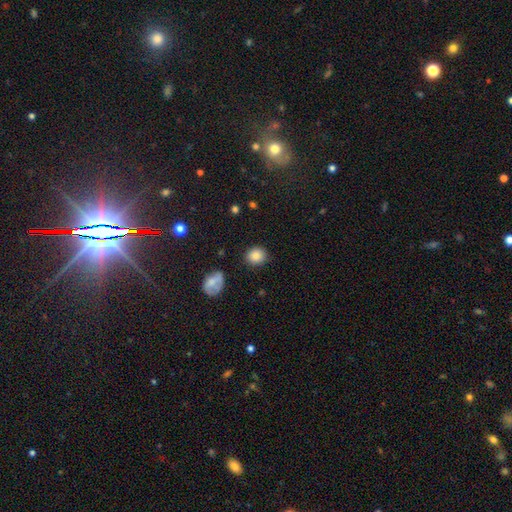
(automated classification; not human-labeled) Smooth or featured? smooth (85%)
How rounded? round (78%)
Merging? none (86%)